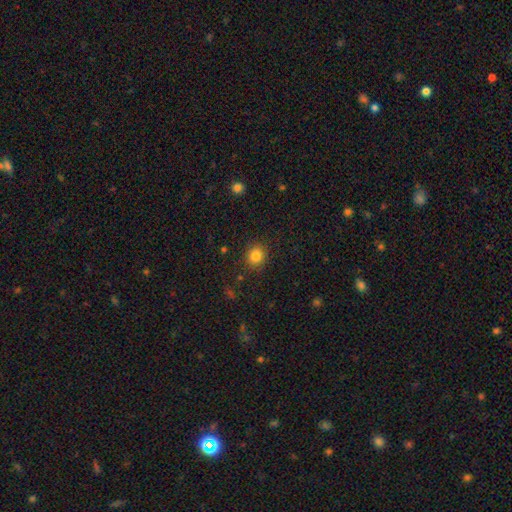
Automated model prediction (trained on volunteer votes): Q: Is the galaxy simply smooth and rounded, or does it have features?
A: smooth — 83%.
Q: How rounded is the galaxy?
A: round — 82%.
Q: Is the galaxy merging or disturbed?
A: none — 88%.